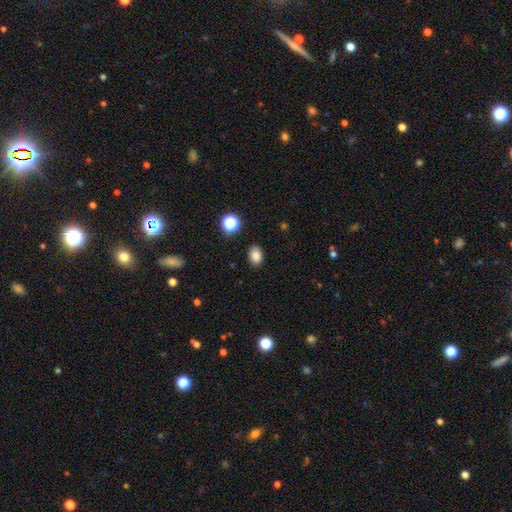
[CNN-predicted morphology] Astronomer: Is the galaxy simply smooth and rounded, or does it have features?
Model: smooth — 83%.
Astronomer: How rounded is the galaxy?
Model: in between — 70%.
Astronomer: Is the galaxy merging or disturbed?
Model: none — 87%.